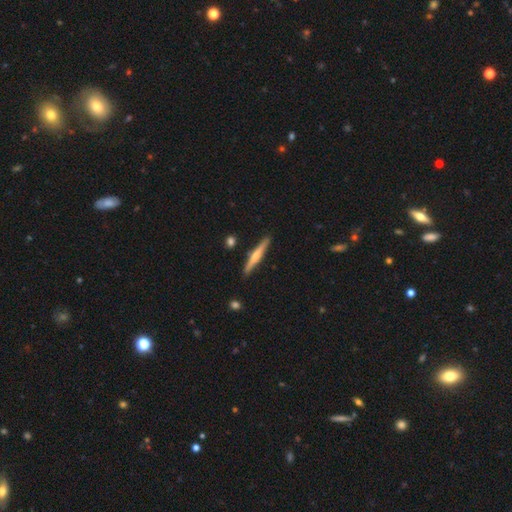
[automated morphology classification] The model was most divided on "smooth or featured": featured or disk: 55%, smooth: 40%, star or artifact: 5%. More confident: edge-on disk — yes (97%); merging — none (88%); edge-on bulge — rounded (74%).